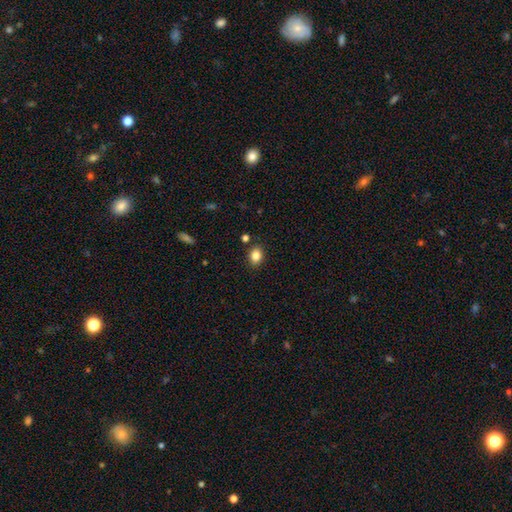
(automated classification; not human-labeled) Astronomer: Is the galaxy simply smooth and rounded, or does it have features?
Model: smooth — 84%.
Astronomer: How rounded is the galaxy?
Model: in between — 60% (runner-up: round, 39%).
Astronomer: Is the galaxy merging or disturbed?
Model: none — 86%.